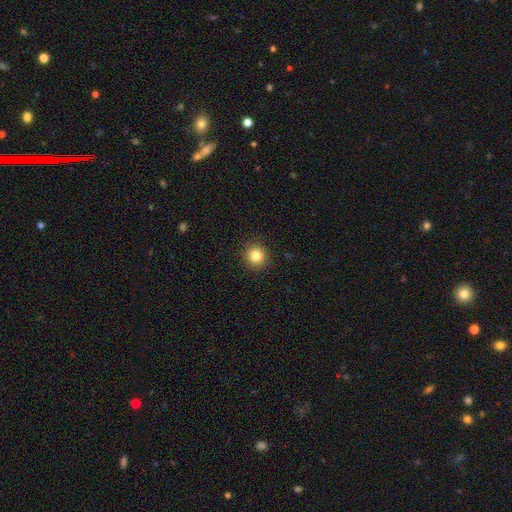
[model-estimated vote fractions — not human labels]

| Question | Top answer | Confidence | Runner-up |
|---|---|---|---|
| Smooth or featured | smooth | 84% | star or artifact (11%) |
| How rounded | round | 94% | in between (5%) |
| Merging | none | 92% | minor disturbance (5%) |